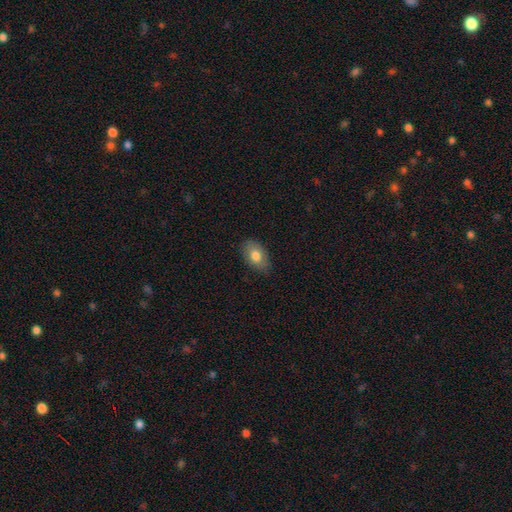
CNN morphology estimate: Smooth or featured: smooth — 78% (featured or disk — 15%)
How rounded: in between — 90% (round — 8%)
Merging: none — 81% (minor disturbance — 15%)